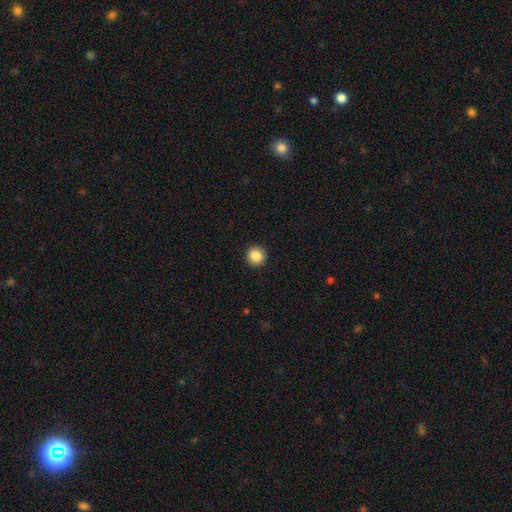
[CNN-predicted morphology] Smooth or featured? smooth (86%)
How rounded? round (94%)
Merging? none (93%)